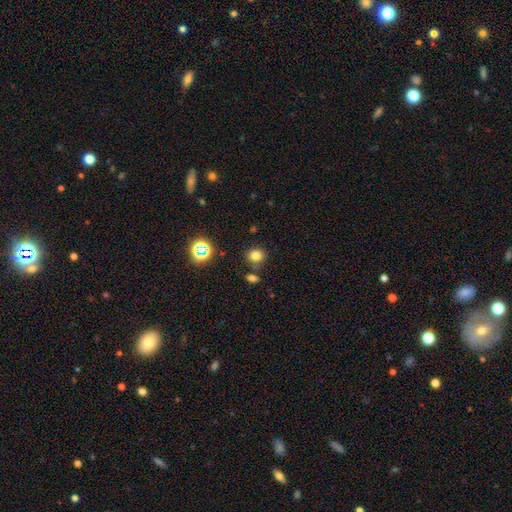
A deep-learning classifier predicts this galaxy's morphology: A smooth galaxy with no disk features (77%) that is round (80%).

Vote fractions:
- Smooth or featured? smooth: 77% / star or artifact: 16% / featured or disk: 7%
- How rounded? round: 80% / in between: 19% / cigar-shaped: 1%
- Merging? none: 79% / merger: 9% / minor disturbance: 9% / major disturbance: 3%